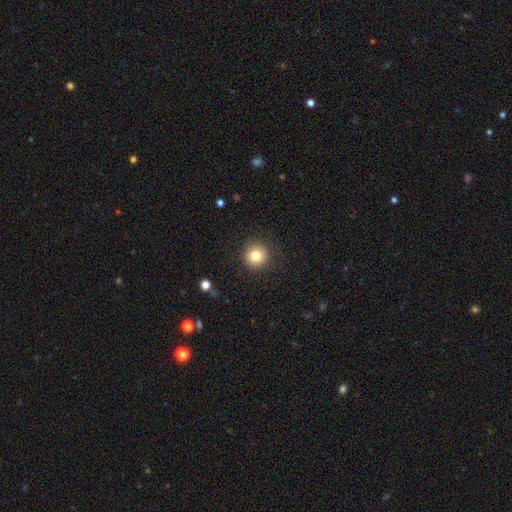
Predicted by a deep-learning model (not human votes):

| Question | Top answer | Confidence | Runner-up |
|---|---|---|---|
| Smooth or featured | smooth | 82% | star or artifact (11%) |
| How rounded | round | 93% | in between (6%) |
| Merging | none | 89% | minor disturbance (8%) |